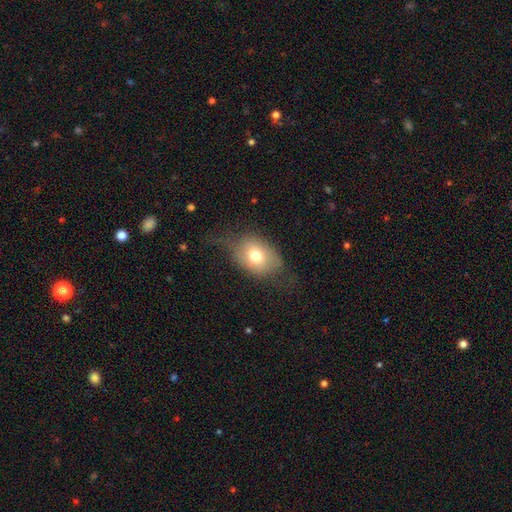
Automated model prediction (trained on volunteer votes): Smooth or featured? smooth (70%)
How rounded? in between (67%)
Merging? none (52%)